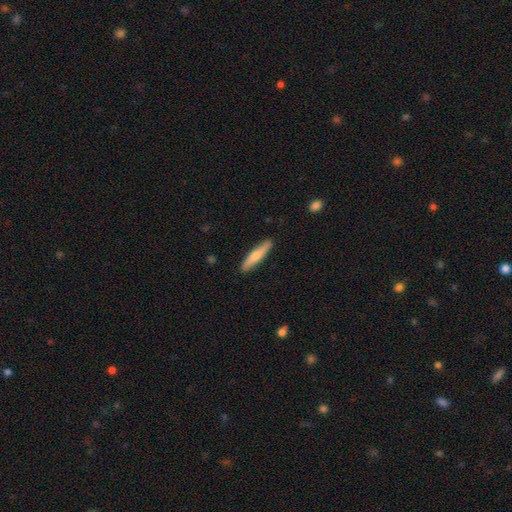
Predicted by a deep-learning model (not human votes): smooth_or_featured: smooth (p=0.67) [alt: featured or disk p=0.27]
how_rounded: cigar-shaped (p=0.87) [alt: in between p=0.12]
merging: none (p=0.89) [alt: minor disturbance p=0.08]